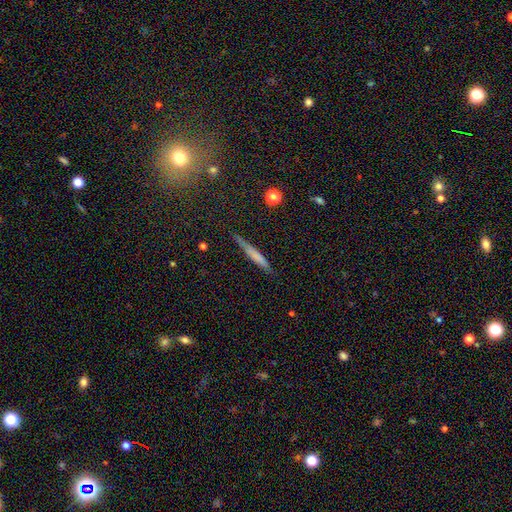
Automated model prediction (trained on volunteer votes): Smooth or featured: smooth — 58% (featured or disk — 32%)
How rounded: cigar-shaped — 93% (in between — 5%)
Merging: none — 81% (minor disturbance — 14%)